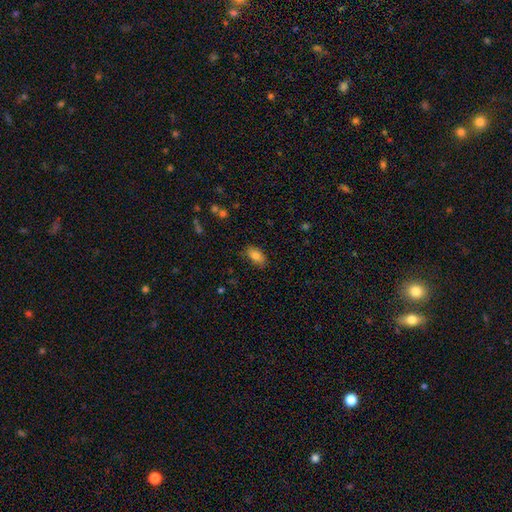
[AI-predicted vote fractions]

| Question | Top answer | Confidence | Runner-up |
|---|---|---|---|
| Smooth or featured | smooth | 79% | featured or disk (13%) |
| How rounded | in between | 91% | round (5%) |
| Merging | none | 83% | minor disturbance (13%) |